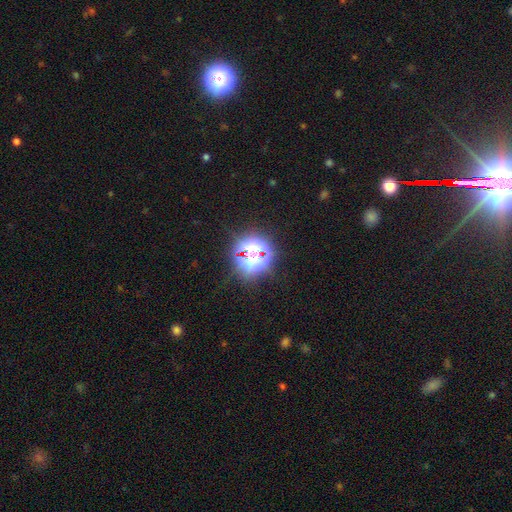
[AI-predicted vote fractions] Morphology: type=star or artifact (63%).